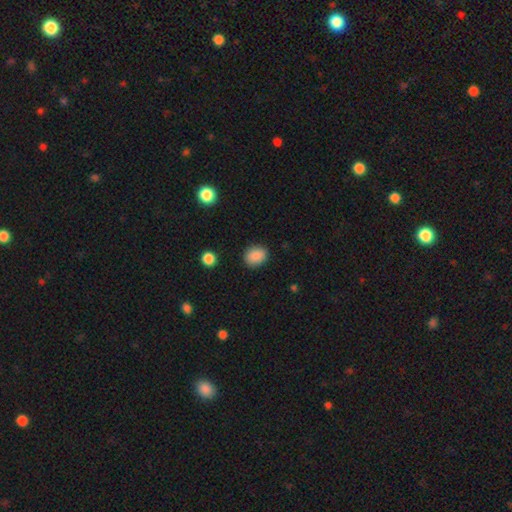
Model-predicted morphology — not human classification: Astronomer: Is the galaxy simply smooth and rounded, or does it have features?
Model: smooth — 88%.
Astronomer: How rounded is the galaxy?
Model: in between — 50% (runner-up: round, 48%).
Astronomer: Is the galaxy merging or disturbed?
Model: none — 85%.